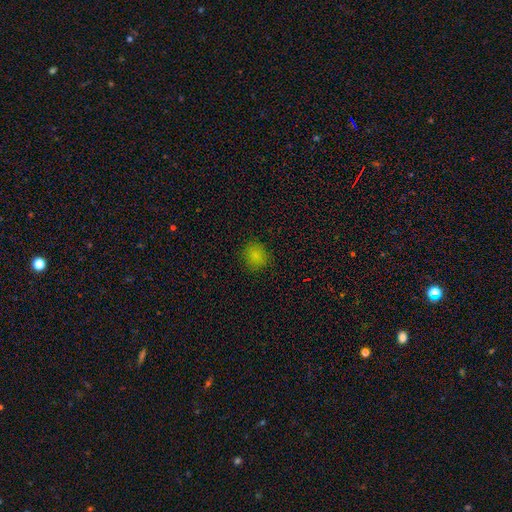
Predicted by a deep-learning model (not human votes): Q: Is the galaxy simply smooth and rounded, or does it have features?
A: smooth — 81%.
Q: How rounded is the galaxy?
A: round — 67%.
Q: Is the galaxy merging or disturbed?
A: none — 85%.